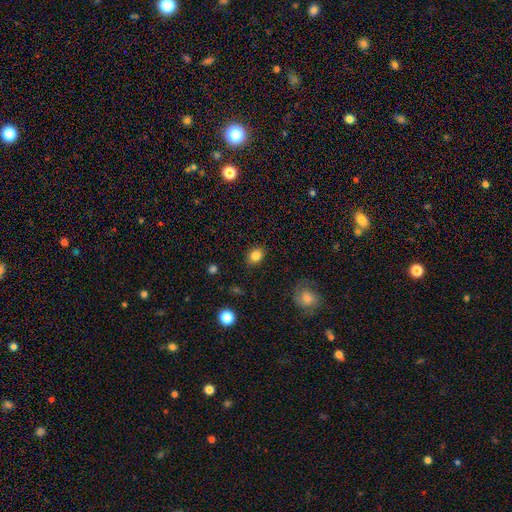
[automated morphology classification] A smooth galaxy with no disk features (83%) that is round (50%).

Vote fractions:
- Smooth or featured? smooth: 83% / star or artifact: 10% / featured or disk: 7%
- How rounded? round: 50% / in between: 49% / cigar-shaped: 1%
- Merging? none: 86% / minor disturbance: 10% / major disturbance: 3% / merger: 1%